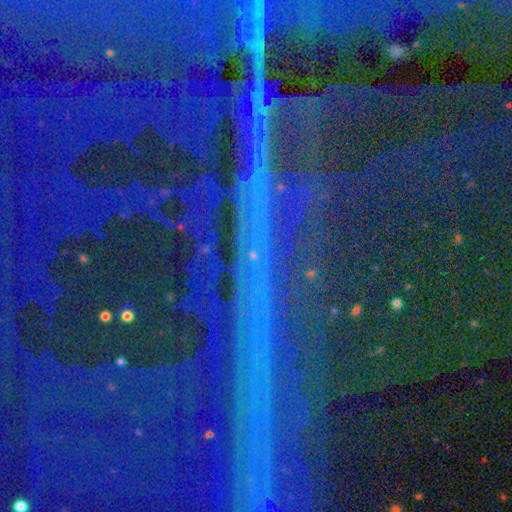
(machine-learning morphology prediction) smooth_or_featured: star or artifact (p=0.90) [alt: featured or disk p=0.05]